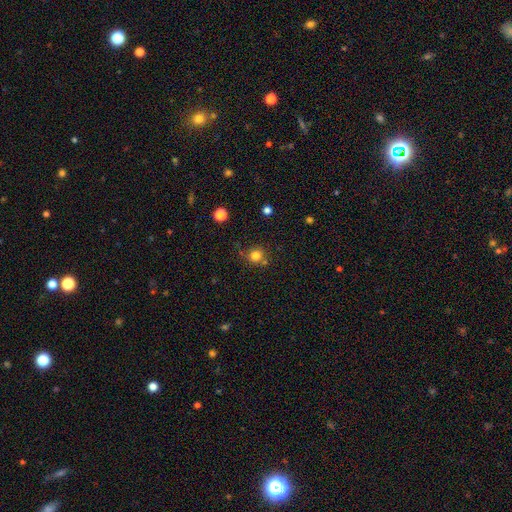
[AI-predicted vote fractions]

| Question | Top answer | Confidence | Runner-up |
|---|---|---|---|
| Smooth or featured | smooth | 80% | star or artifact (14%) |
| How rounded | round | 90% | in between (9%) |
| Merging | none | 75% | merger (12%) |